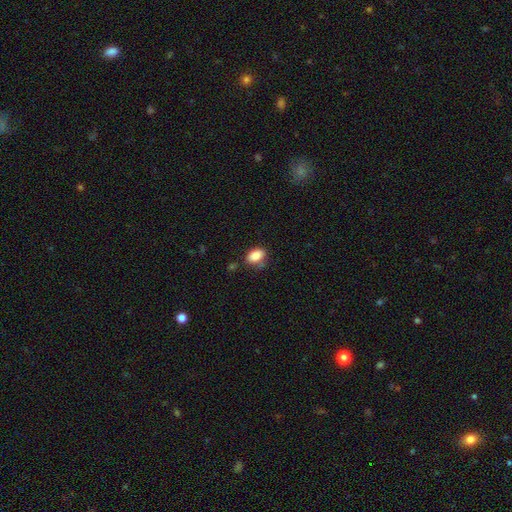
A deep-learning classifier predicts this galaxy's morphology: This appears to be a smooth galaxy with no disk features (85%) that is in between round and cigar-shaped (87%). Merging: none (68%).